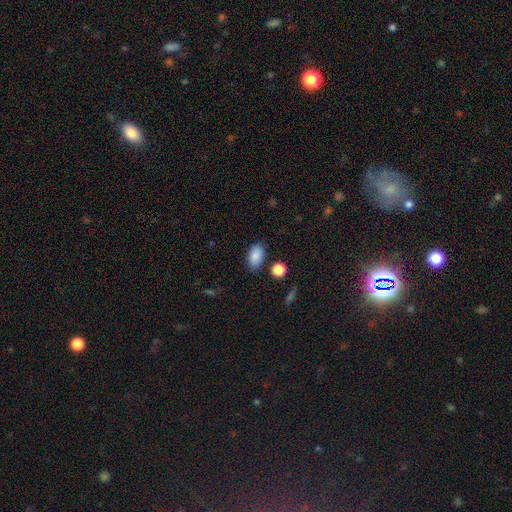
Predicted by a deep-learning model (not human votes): smooth-or-featured: smooth: 88% | star or artifact: 8% | featured or disk: 5%
  how-rounded: in between: 92% | round: 6% | cigar-shaped: 2%
  merging: none: 81% | minor disturbance: 12% | merger: 3% | major disturbance: 3%